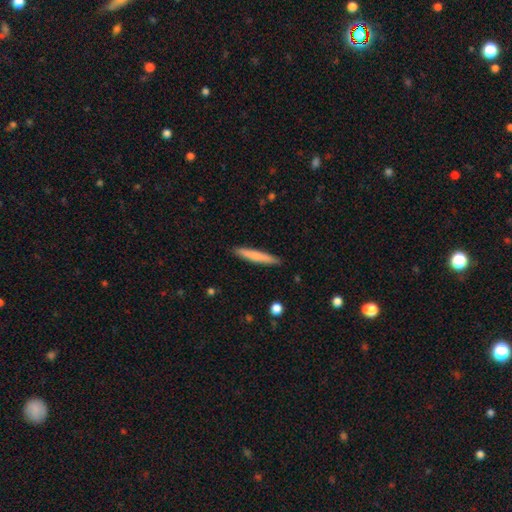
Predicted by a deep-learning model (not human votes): A smooth galaxy with no disk features (72%) that is cigar-shaped (94%). Merging: none (90%).